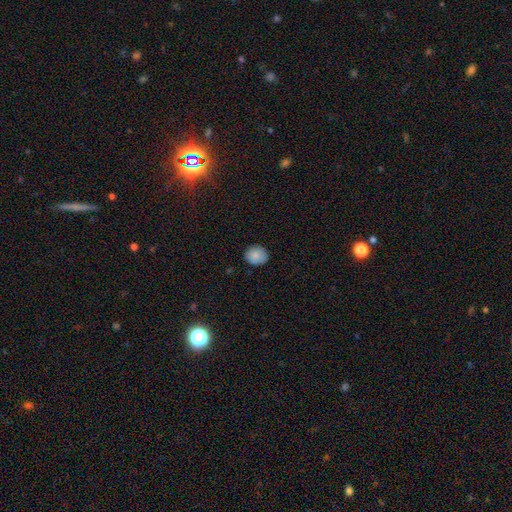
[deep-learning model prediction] This is clearly a smooth galaxy (86%). How rounded: likely round (76%). Merging: clearly none (85%).